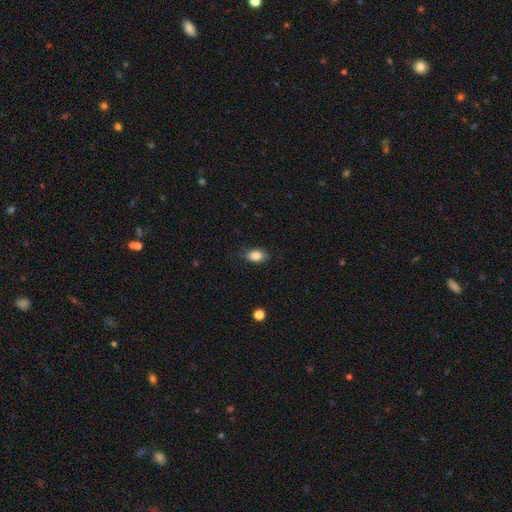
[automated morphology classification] This is clearly a smooth galaxy (85%). How rounded: clearly in between (85%). Merging: clearly none (82%).